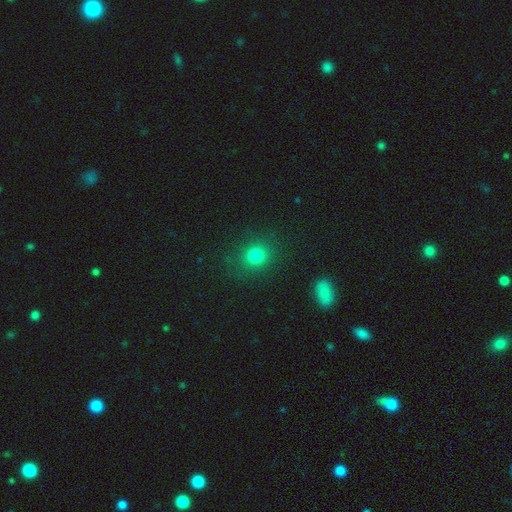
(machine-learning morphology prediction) A smooth galaxy with no disk features (79%) that is round (81%). Merging: none (86%).